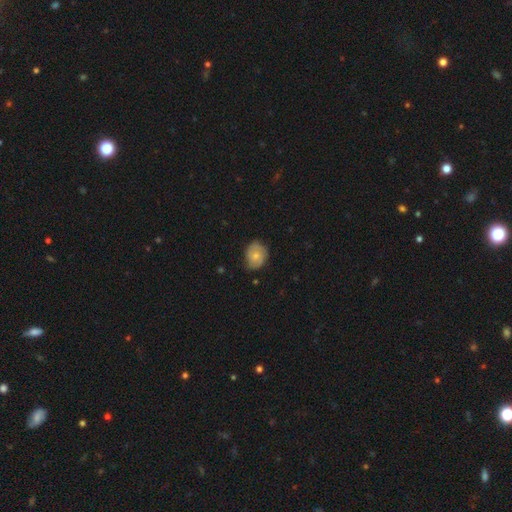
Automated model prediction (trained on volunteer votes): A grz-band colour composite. It shows a smooth galaxy with no disk features (54%) that is round (52%). Merging: none (71%).